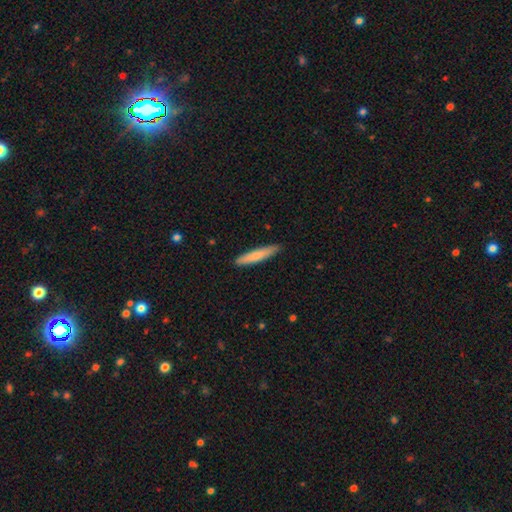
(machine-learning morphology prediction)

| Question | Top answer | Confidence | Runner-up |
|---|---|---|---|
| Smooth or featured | smooth | 76% | featured or disk (19%) |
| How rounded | cigar-shaped | 90% | in between (8%) |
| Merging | none | 89% | minor disturbance (8%) |